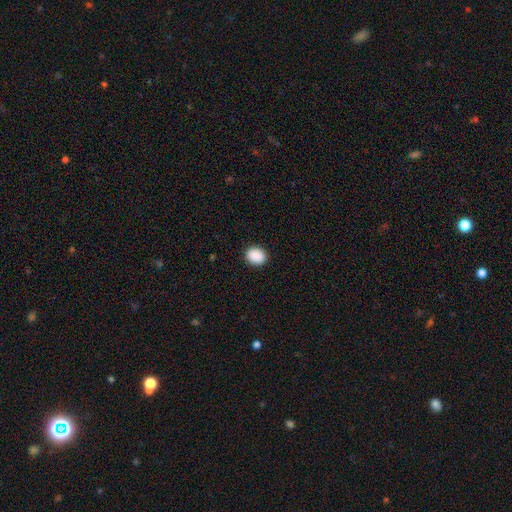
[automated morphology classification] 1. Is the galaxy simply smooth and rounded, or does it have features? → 90% smooth, 8% star or artifact, 2% featured or disk.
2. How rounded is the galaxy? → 50% in between, 49% round, 1% cigar-shaped.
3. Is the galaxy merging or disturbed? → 90% none, 7% minor disturbance, 2% major disturbance, 1% merger.